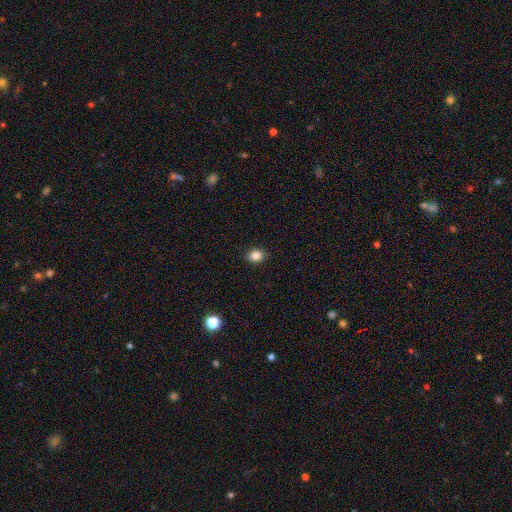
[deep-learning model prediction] Smooth or featured: smooth — 85% (star or artifact — 10%)
How rounded: in between — 57% (round — 42%)
Merging: none — 90% (minor disturbance — 8%)